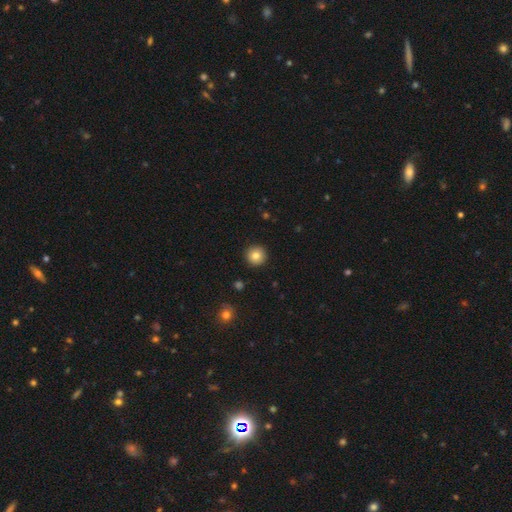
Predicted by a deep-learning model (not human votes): Smooth or featured?
  - smooth: 83% *
  - star or artifact: 10%
  - featured or disk: 7%
How rounded?
  - round: 96% *
  - in between: 3%
  - cigar-shaped: 1%
Merging?
  - none: 93% *
  - minor disturbance: 5%
  - major disturbance: 2%
  - merger: 1%